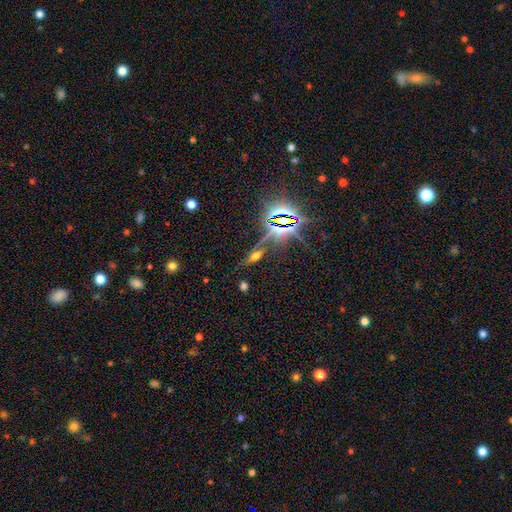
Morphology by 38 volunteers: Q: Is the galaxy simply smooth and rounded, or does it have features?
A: featured or disk — 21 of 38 (55%).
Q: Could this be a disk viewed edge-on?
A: yes — 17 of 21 (81%).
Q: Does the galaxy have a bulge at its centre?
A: rounded — 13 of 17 (76%).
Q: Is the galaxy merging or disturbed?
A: none — 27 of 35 (77%).